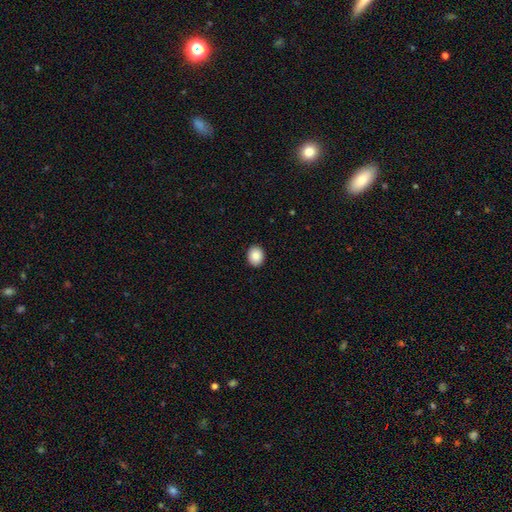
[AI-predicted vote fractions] The model was most divided on "how rounded": round: 58%, in between: 41%, cigar-shaped: 1%. More confident: merging — none (91%); smooth or featured — smooth (88%).